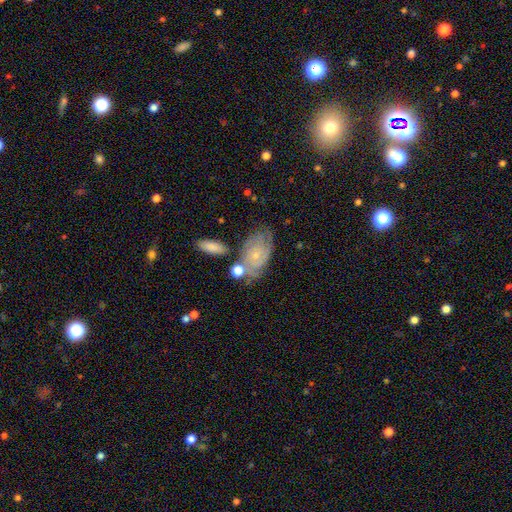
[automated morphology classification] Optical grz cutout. It shows a featured or disk galaxy (67%) with no bar (81%), tight (67%) spiral arms (87%) and a small central bulge (77%). Merging: none (56%).